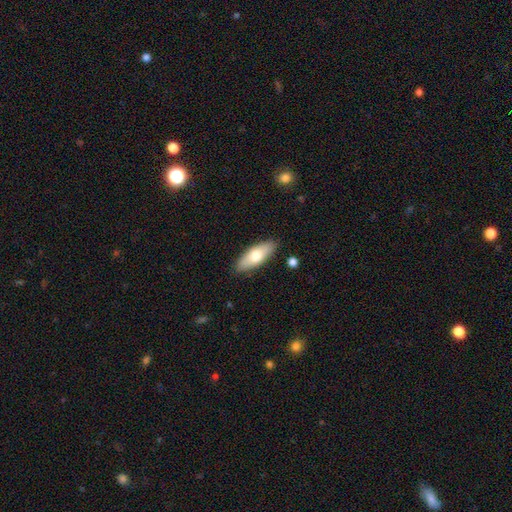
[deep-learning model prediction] smooth_or_featured: smooth (p=0.65) [alt: featured or disk p=0.29]
how_rounded: in between (p=0.71) [alt: cigar-shaped p=0.27]
merging: none (p=0.87) [alt: minor disturbance p=0.09]